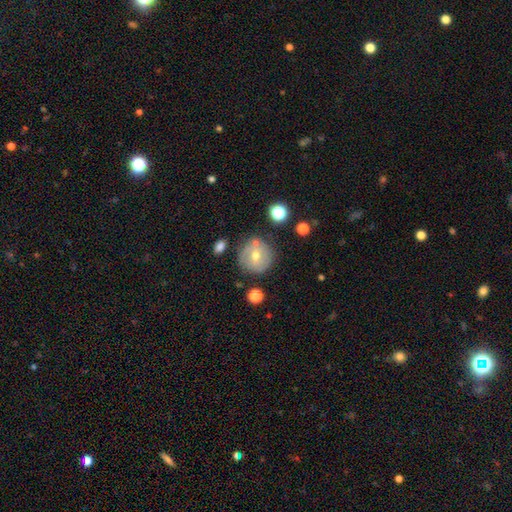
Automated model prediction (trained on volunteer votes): Overall: smooth (54%; featured or disk 37%). How rounded: round (92%). Merging: none (75%).